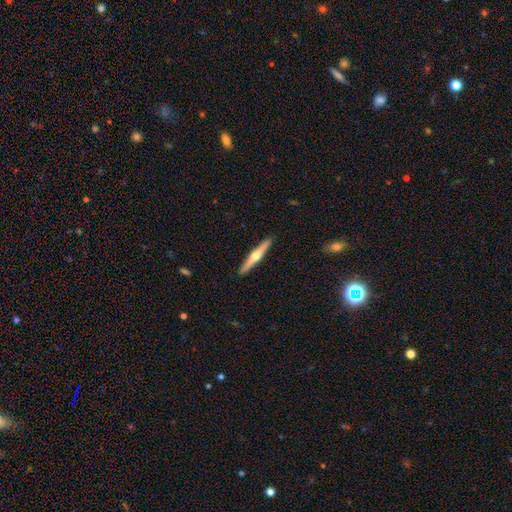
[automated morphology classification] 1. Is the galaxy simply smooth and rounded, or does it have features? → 66% featured or disk, 29% smooth, 5% star or artifact.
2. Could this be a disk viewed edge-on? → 97% yes, 3% no.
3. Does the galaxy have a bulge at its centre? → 94% rounded, 4% none, 2% boxy.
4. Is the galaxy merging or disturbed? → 92% none, 6% minor disturbance, 1% major disturbance, 1% merger.